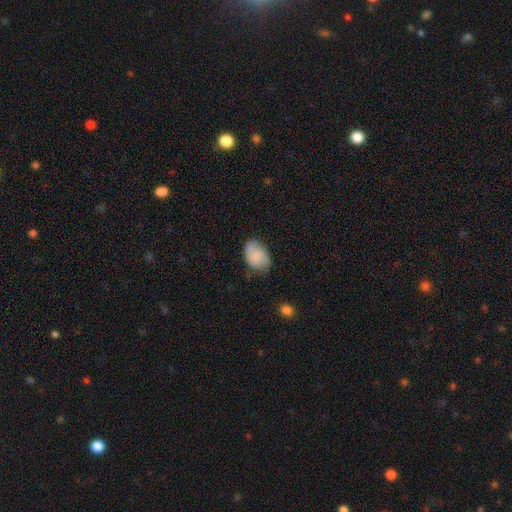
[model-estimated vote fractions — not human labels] A smooth galaxy with no disk features (74%) that is in between round and cigar-shaped (84%). Merging: none (66%).